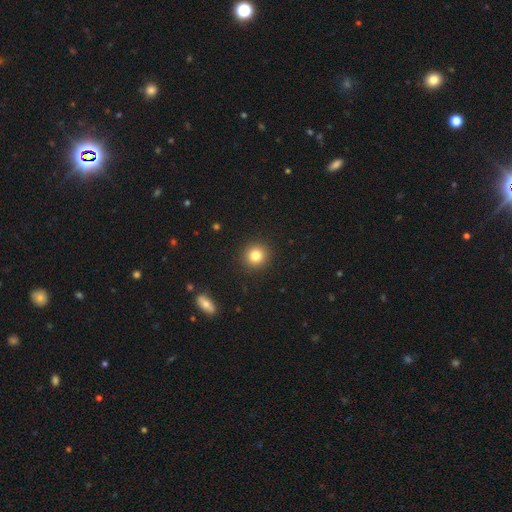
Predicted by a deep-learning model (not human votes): smooth 82%, star or artifact 11%, featured or disk 7%. Down the decision tree: how rounded — round (92%); merging — none (91%).